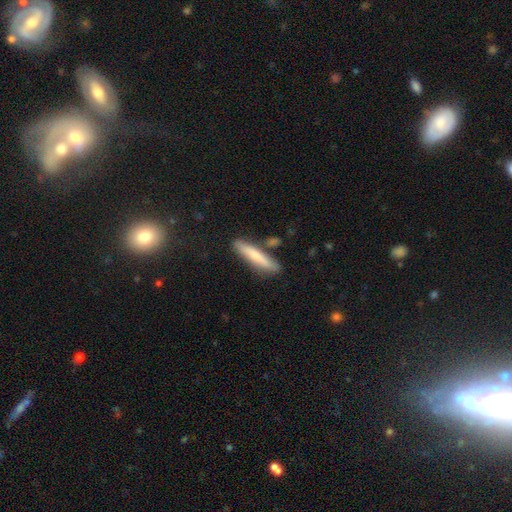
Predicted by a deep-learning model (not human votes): Smooth or featured?
  - smooth: 71% *
  - featured or disk: 23%
  - star or artifact: 6%
How rounded?
  - cigar-shaped: 88% *
  - in between: 10%
  - round: 1%
Merging?
  - none: 79% *
  - minor disturbance: 13%
  - merger: 5%
  - major disturbance: 3%